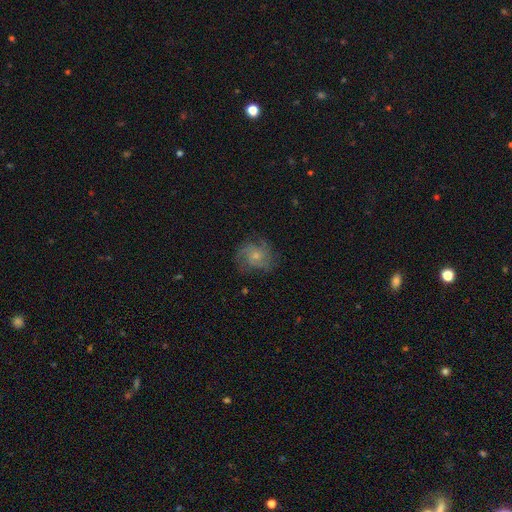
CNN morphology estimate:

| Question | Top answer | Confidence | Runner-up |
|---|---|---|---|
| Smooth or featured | featured or disk | 68% | smooth (23%) |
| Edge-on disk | no | 98% | yes (2%) |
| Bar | no | 79% | weak (19%) |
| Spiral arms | yes | 91% | no (9%) |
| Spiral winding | medium | 45% | tight (38%) |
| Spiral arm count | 3 | 34% | 2 (23%) |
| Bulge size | small | 59% | moderate (34%) |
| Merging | none | 70% | minor disturbance (19%) |